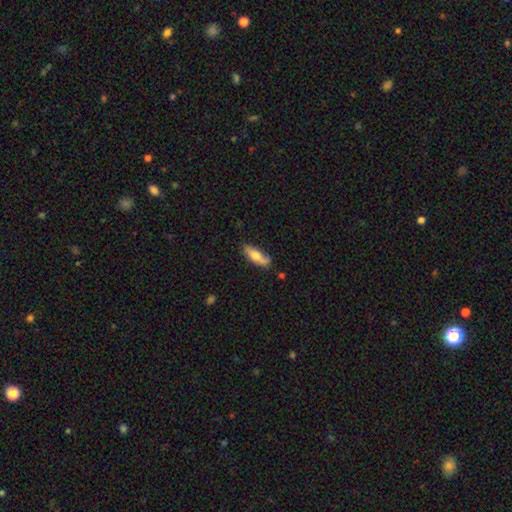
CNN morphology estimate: type=smooth (63%); roundness=in between (54%); merging=none (62%).